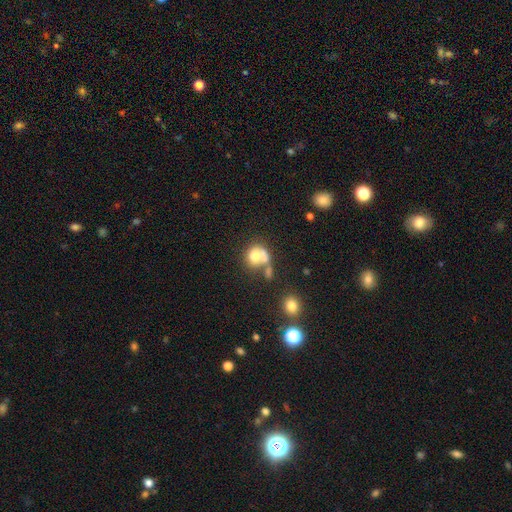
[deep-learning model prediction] smooth-or-featured: smooth: 68% | featured or disk: 22% | star or artifact: 10%
  how-rounded: round: 68% | in between: 30% | cigar-shaped: 1%
  merging: merger: 42% | none: 28% | major disturbance: 17% | minor disturbance: 13%